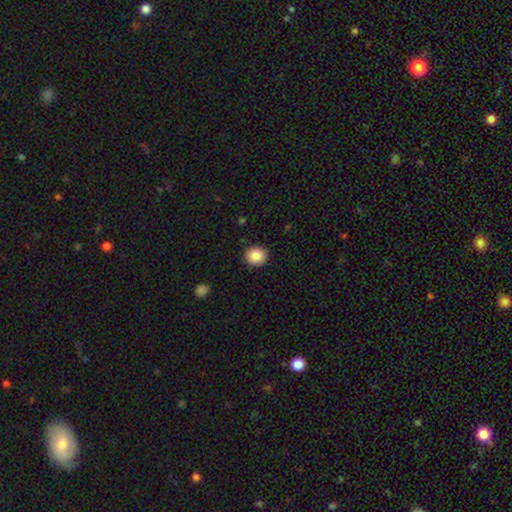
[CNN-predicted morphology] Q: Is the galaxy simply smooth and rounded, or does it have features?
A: smooth — 86%.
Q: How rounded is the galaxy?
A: round — 80%.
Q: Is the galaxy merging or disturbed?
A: none — 91%.